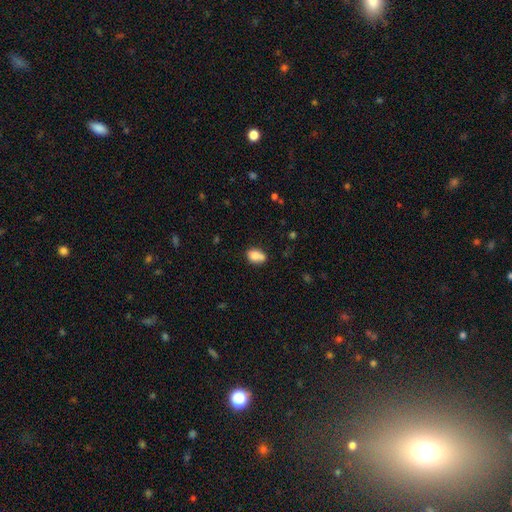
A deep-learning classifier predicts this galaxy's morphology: A smooth galaxy with no disk features (81%) that is in between round and cigar-shaped (76%). Merging: none (49%).